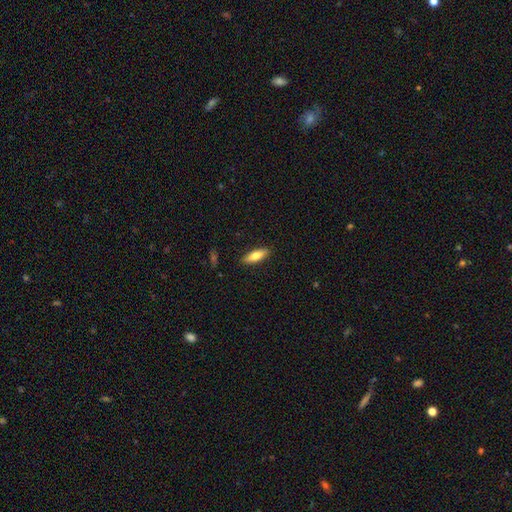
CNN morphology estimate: A smooth galaxy with no disk features (75%) that is in between round and cigar-shaped (57%). Merging: none (89%).